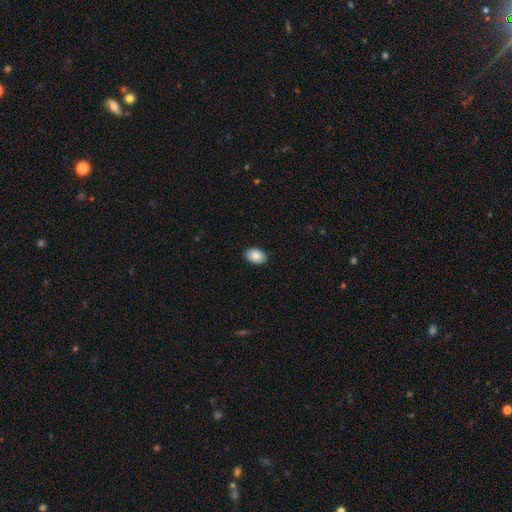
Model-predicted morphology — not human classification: smooth 85%, featured or disk 8%, star or artifact 7%. Down the decision tree: how rounded — in between (87%); merging — none (88%).